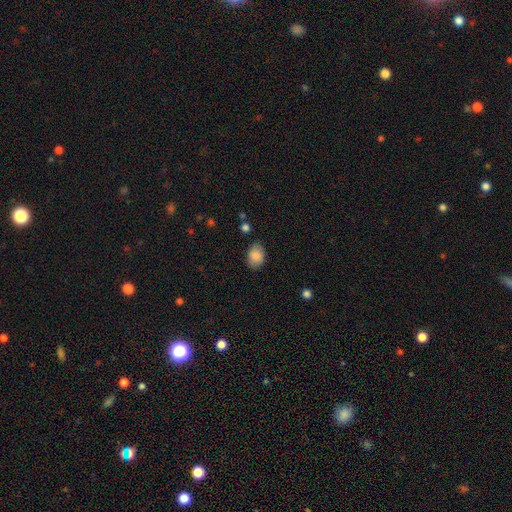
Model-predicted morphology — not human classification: This appears to be a smooth galaxy with no disk features (85%) that is in between round and cigar-shaped (80%). Merging: none (81%).